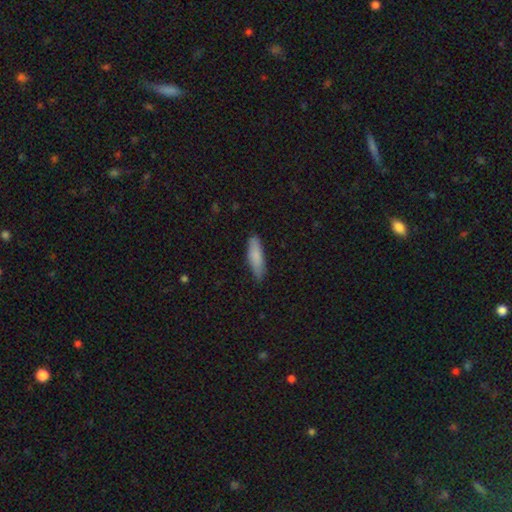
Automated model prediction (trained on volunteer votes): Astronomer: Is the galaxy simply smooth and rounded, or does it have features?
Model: smooth — 84%.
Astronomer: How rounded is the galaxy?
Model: cigar-shaped — 62%.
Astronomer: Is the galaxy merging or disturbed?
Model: none — 84%.